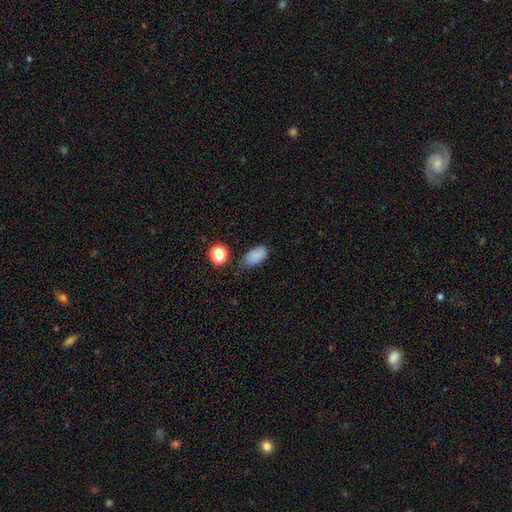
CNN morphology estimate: This is clearly a smooth galaxy (83%). How rounded: clearly in between (90%). Merging: likely none (65%).